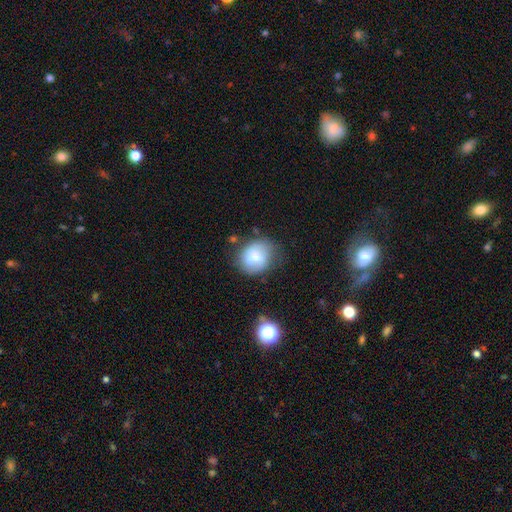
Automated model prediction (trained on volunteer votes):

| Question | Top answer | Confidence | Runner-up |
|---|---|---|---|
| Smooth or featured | smooth | 61% | featured or disk (31%) |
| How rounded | round | 65% | in between (34%) |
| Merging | none | 56% | minor disturbance (25%) |